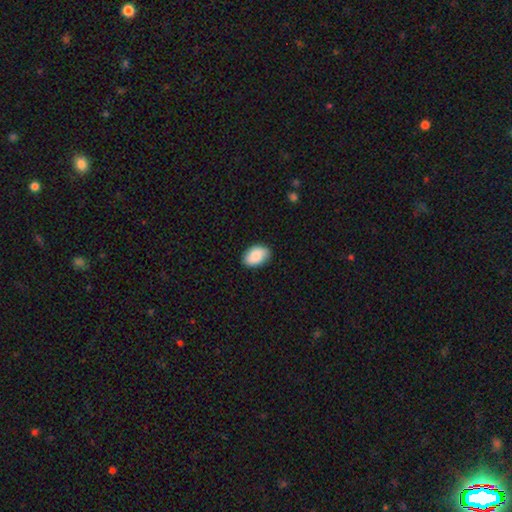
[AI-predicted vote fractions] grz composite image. It shows a smooth galaxy with no disk features (86%) that is in between round and cigar-shaped (89%). Merging: none (87%).